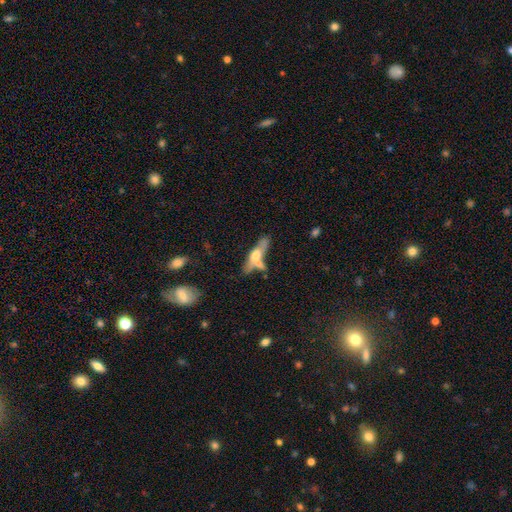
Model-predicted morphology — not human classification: This appears to be a featured or disk galaxy (48%). Merging: merger (36%).